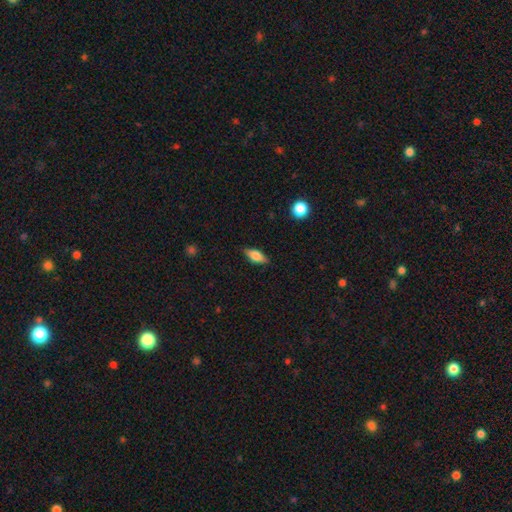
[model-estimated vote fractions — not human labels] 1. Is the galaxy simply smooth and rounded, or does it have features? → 64% smooth, 28% featured or disk, 8% star or artifact.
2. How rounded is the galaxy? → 76% in between, 19% cigar-shaped, 4% round.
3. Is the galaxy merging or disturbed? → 84% none, 12% minor disturbance, 2% major disturbance, 1% merger.